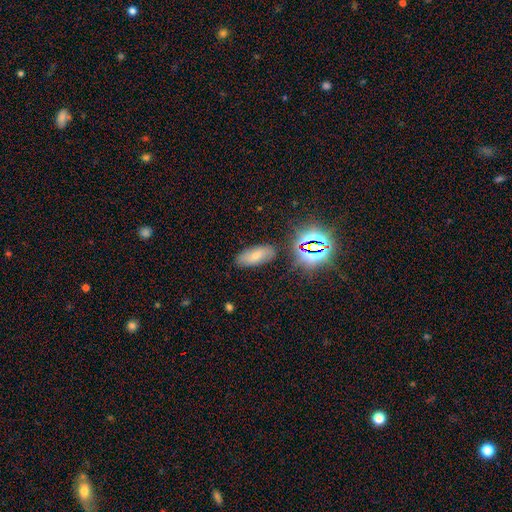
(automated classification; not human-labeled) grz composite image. It shows a smooth galaxy with no disk features (62%) that is in between round and cigar-shaped (85%). Merging: none (81%).